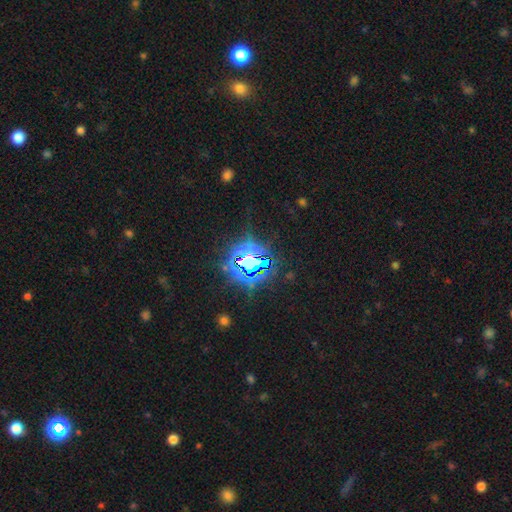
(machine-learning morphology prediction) Smooth or featured? Predicted: star or artifact (p=0.81).